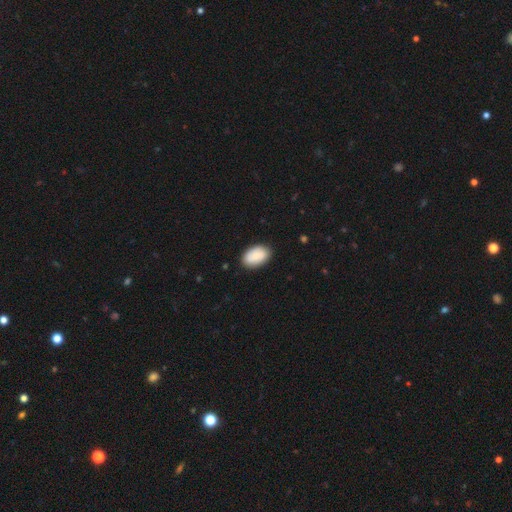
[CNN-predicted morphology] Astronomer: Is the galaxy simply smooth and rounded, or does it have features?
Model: smooth — 87%.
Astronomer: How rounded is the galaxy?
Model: in between — 92%.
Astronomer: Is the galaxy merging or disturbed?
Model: none — 87%.